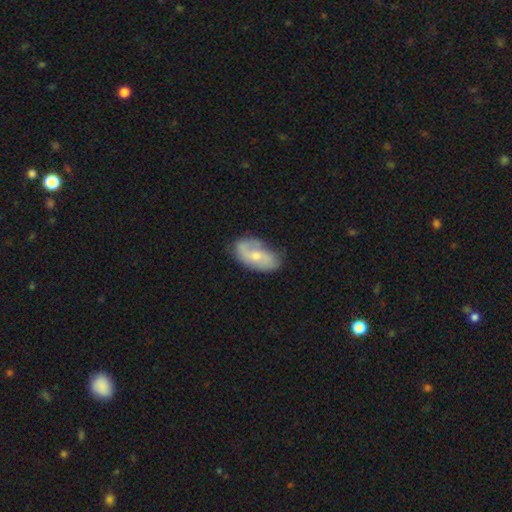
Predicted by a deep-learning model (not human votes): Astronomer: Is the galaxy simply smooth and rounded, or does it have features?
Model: featured or disk — 60%.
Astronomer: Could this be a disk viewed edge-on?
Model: no — 95%.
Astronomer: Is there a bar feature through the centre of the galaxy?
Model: no — 56% (runner-up: weak, 36%).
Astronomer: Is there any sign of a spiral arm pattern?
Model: yes — 83%.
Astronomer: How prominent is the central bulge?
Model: small — 48% (runner-up: moderate, 46%).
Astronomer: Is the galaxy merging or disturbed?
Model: none — 62%.